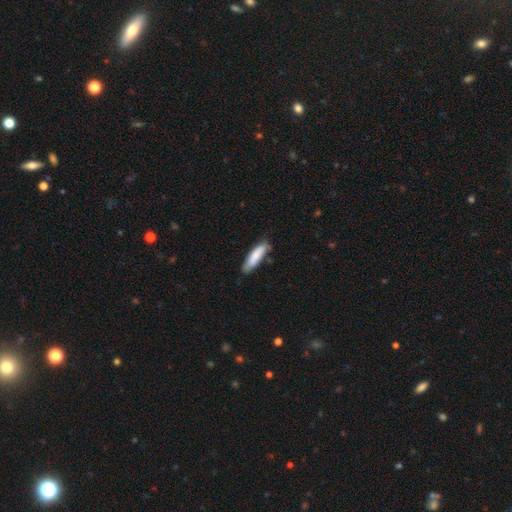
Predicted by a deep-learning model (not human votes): Smooth or featured: smooth — 82% (featured or disk — 12%)
How rounded: cigar-shaped — 69% (in between — 30%)
Merging: none — 75% (minor disturbance — 20%)